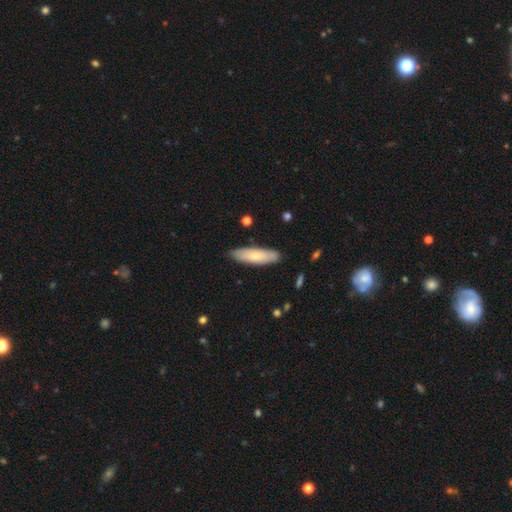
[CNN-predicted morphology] This appears to be a smooth galaxy with no disk features (73%) that is cigar-shaped (56%). Merging: none (85%).